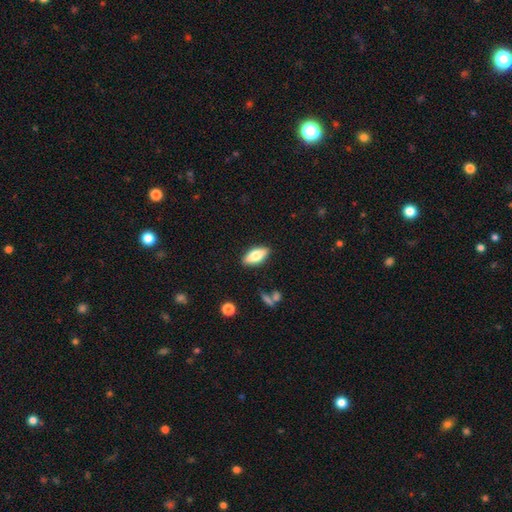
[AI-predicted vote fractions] smooth_or_featured: smooth (p=0.66) [alt: featured or disk p=0.27]
how_rounded: in between (p=0.79) [alt: cigar-shaped p=0.18]
merging: none (p=0.86) [alt: minor disturbance p=0.10]